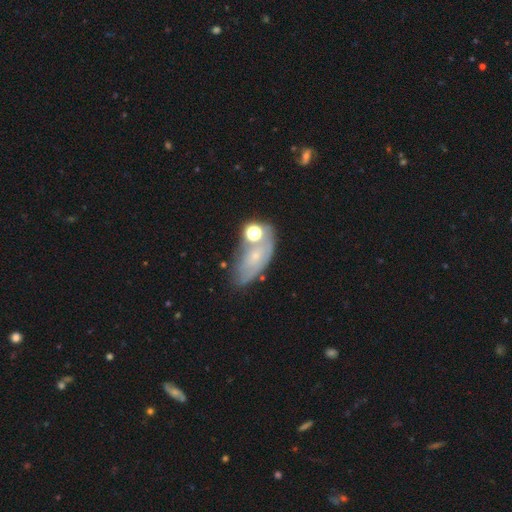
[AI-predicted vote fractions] Overall: featured or disk (46%; smooth 38%). Merging: none (54%; minor disturbance 23%).